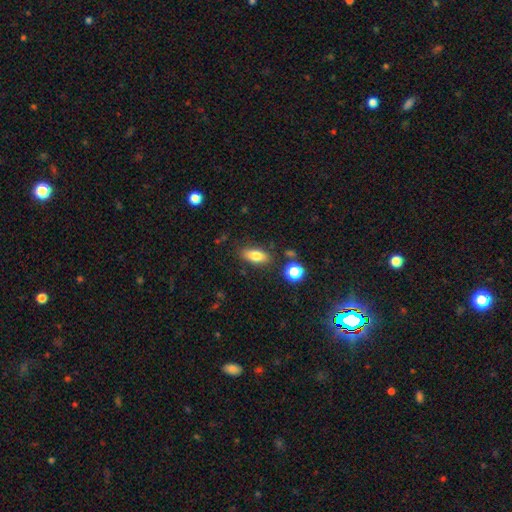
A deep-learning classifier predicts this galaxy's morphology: Smooth or featured? smooth (80%)
How rounded? in between (81%)
Merging? none (82%)